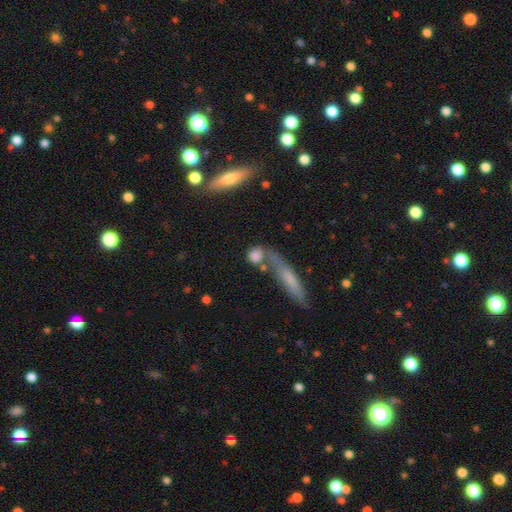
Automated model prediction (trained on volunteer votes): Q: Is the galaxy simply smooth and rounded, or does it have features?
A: smooth — 78%.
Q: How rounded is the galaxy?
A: round — 70%.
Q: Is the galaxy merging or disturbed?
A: none — 54%.